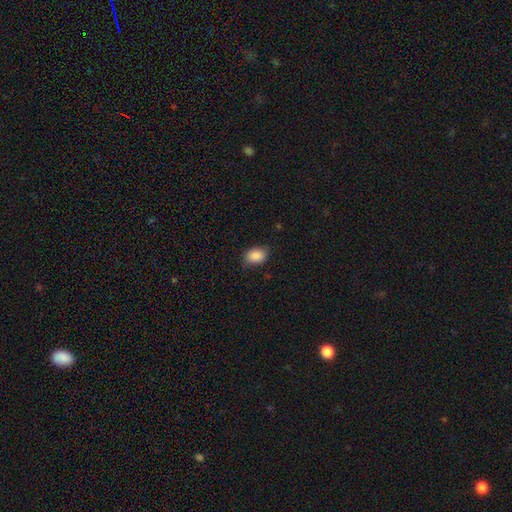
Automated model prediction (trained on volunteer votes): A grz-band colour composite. It shows a smooth galaxy with no disk features (88%) that is in between round and cigar-shaped (79%). Merging: none (76%).